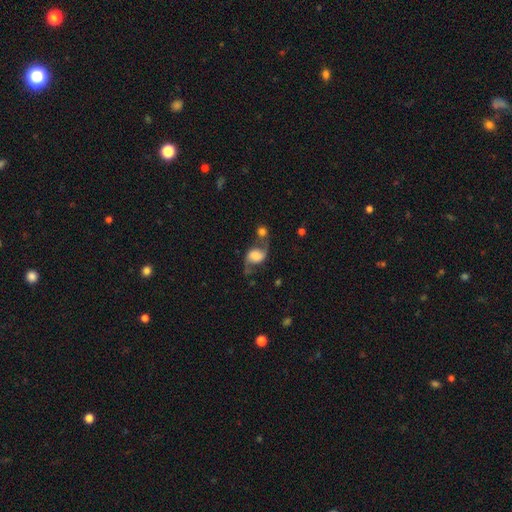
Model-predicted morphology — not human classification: This appears to be a featured or disk galaxy (69%) with no bar (54%), 2 (91%) loose (74%) spiral arms (92%) and a large central bulge (34%). Merging: none (41%).